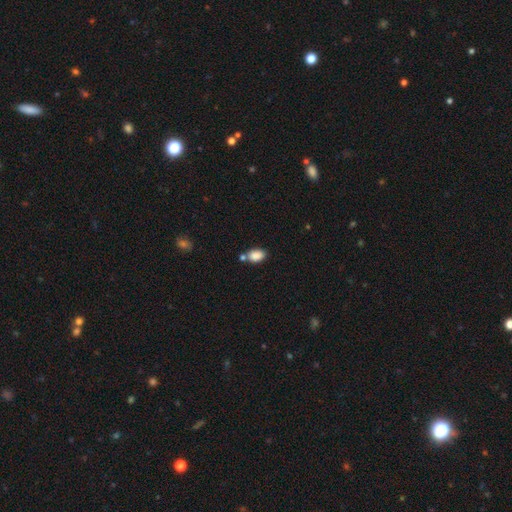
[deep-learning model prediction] This is clearly a smooth galaxy (87%). How rounded: clearly in between (89%). Merging: likely none (62%).